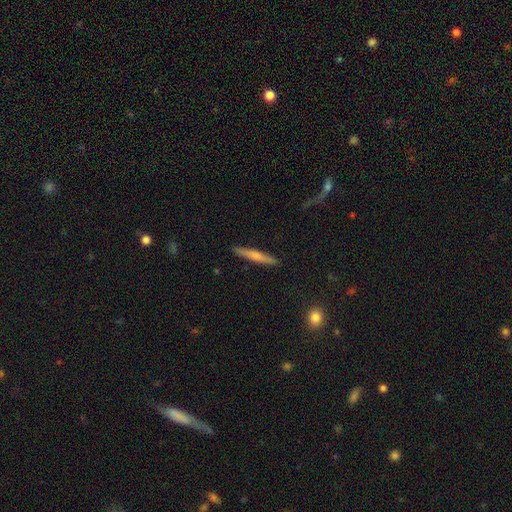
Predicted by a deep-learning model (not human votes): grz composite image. It shows a smooth galaxy with no disk features (56%) that is cigar-shaped (94%). Merging: none (91%).